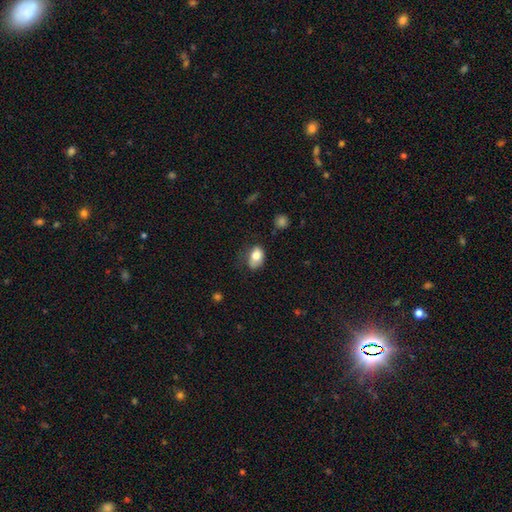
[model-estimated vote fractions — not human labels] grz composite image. It shows a smooth galaxy with no disk features (79%) that is in between round and cigar-shaped (83%). Merging: none (45%).